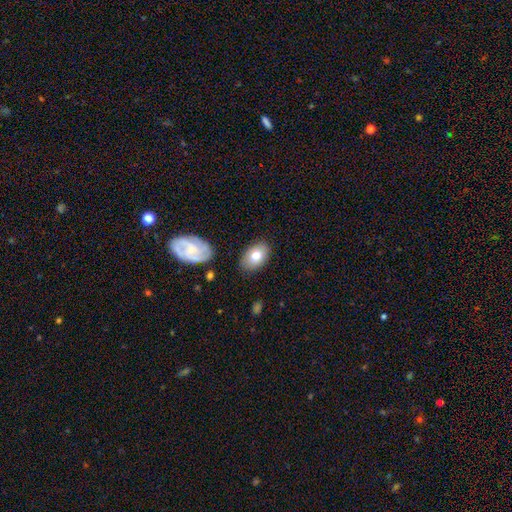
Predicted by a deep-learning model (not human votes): smooth-or-featured: smooth: 75% | featured or disk: 18% | star or artifact: 6%
  how-rounded: in between: 85% | round: 14% | cigar-shaped: 1%
  merging: none: 82% | minor disturbance: 13% | major disturbance: 3% | merger: 2%